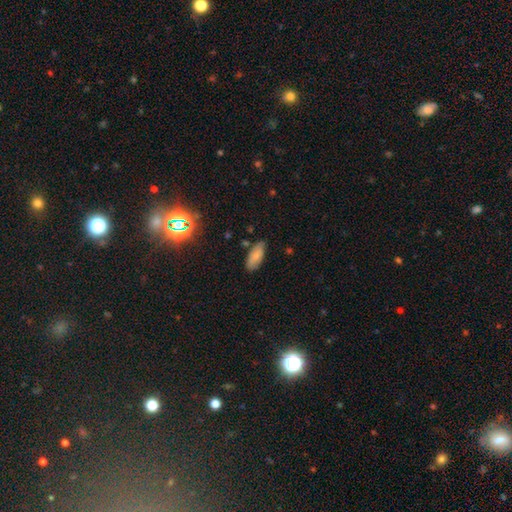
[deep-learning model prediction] Smooth or featured? smooth (77%)
How rounded? in between (84%)
Merging? none (76%)